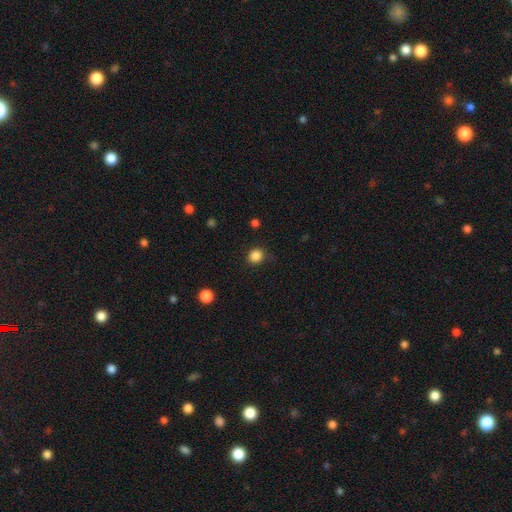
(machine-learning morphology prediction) This is clearly a smooth galaxy (85%). How rounded: clearly round (86%). Merging: clearly none (85%).